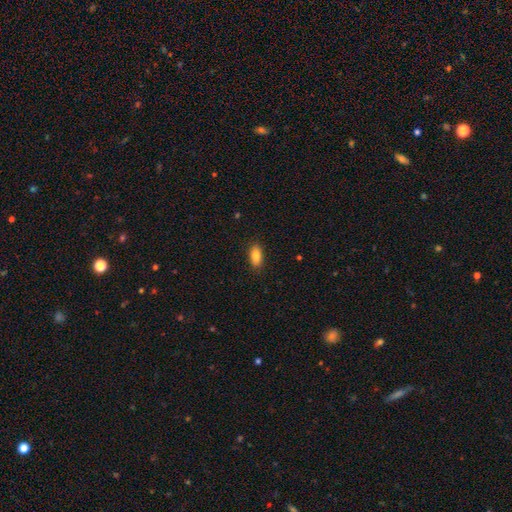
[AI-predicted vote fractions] Overall: smooth (84%). How rounded: in between (90%). Merging: none (87%).